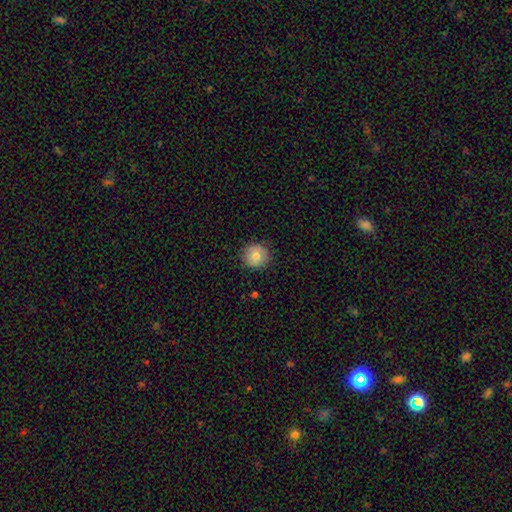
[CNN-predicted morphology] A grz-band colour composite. It shows a smooth galaxy with no disk features (79%) that is round (94%). Merging: none (89%).